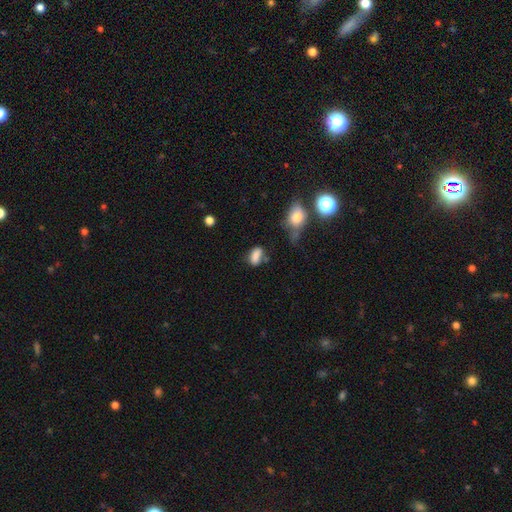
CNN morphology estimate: A smooth galaxy with no disk features (81%) that is in between round and cigar-shaped (85%).

Vote fractions:
- Smooth or featured? smooth: 81% / star or artifact: 10% / featured or disk: 9%
- How rounded? in between: 85% / round: 9% / cigar-shaped: 6%
- Merging? none: 57% / minor disturbance: 25% / merger: 10% / major disturbance: 8%